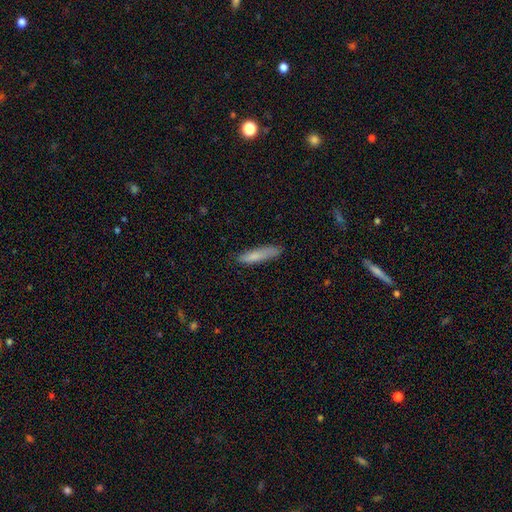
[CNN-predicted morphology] smooth_or_featured: smooth (p=0.77) [alt: featured or disk p=0.16]
how_rounded: cigar-shaped (p=0.85) [alt: in between p=0.13]
merging: none (p=0.79) [alt: minor disturbance p=0.17]